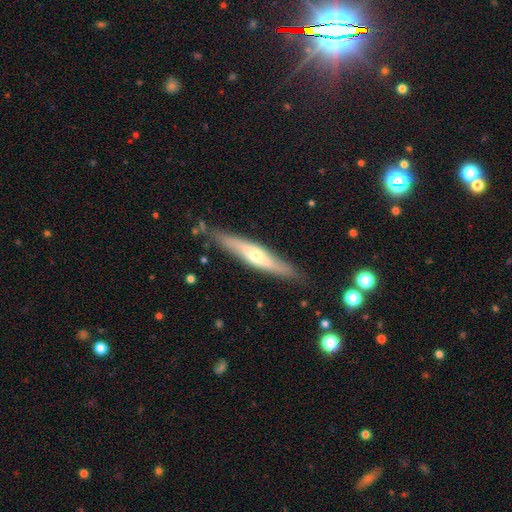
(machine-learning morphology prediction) This is possibly a featured or disk galaxy (54%). It is clearly viewed edge-on (83%). Merging: clearly none (82%).